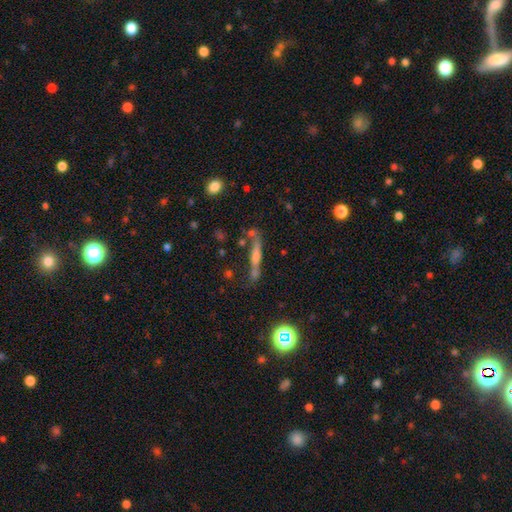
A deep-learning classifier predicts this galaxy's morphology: featured or disk 55%, smooth 32%, star or artifact 14%. Down the decision tree: edge-on disk — yes (87%); merging — none (64%).